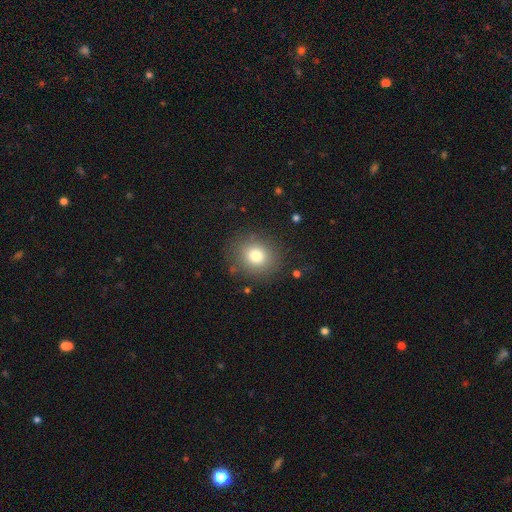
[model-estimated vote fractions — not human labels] This appears to be a smooth galaxy with no disk features (78%) that is round (78%). Merging: none (85%).